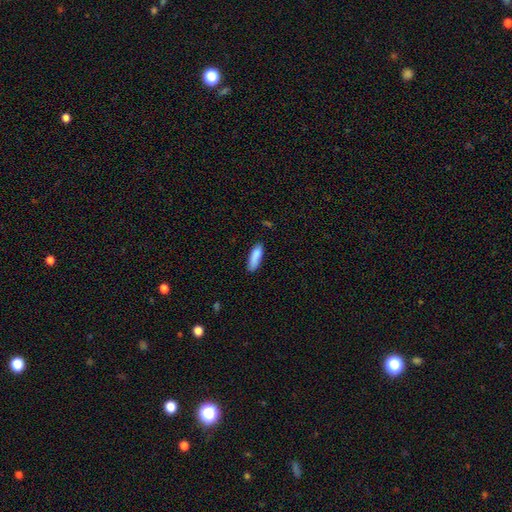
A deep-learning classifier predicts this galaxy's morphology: Smooth or featured?
  - smooth: 86% *
  - featured or disk: 7%
  - star or artifact: 7%
How rounded?
  - in between: 50% *
  - cigar-shaped: 48%
  - round: 2%
Merging?
  - none: 72% *
  - minor disturbance: 21%
  - major disturbance: 4%
  - merger: 3%